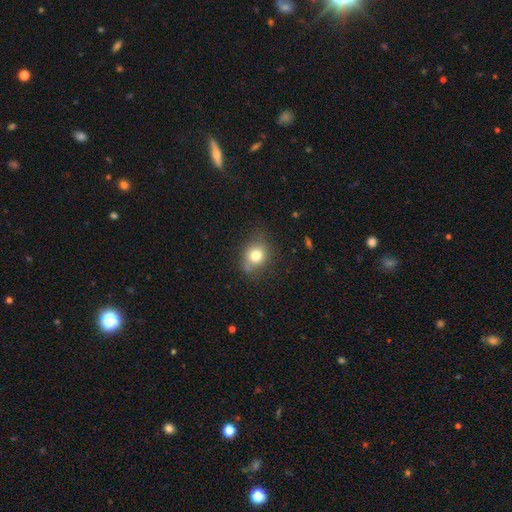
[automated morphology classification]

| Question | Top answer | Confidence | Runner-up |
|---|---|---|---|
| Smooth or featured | smooth | 76% | featured or disk (13%) |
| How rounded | round | 53% | in between (45%) |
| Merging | none | 70% | minor disturbance (22%) |